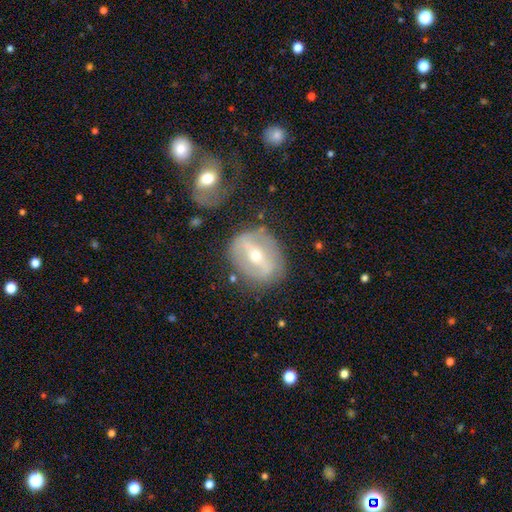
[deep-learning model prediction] Smooth or featured? featured or disk (71%)
Edge-on disk? no (91%)
Bar? strong (62%)
Spiral arms? no (58%)
Bulge size? moderate (55%)
Merging? none (74%)